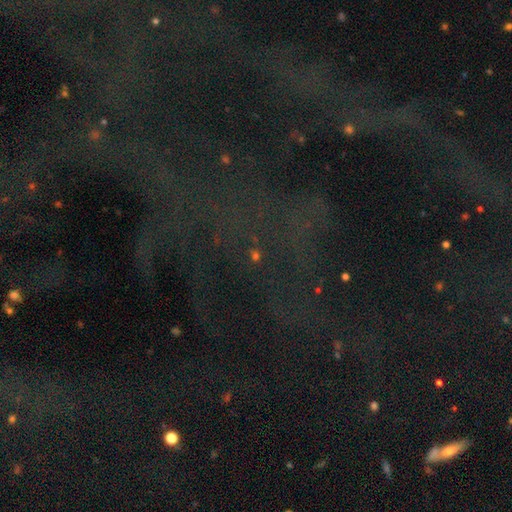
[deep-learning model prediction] Smooth or featured?
  - star or artifact: 68% *
  - smooth: 20%
  - featured or disk: 12%